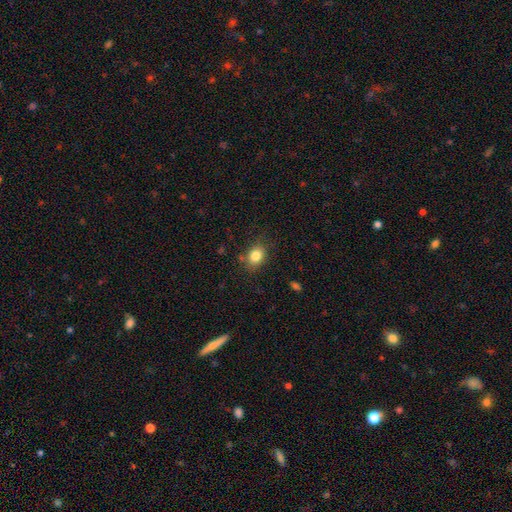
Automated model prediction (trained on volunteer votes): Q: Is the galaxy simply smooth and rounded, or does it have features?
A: smooth — 83%.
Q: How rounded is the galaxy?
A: in between — 57%.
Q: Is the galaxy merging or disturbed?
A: none — 78%.